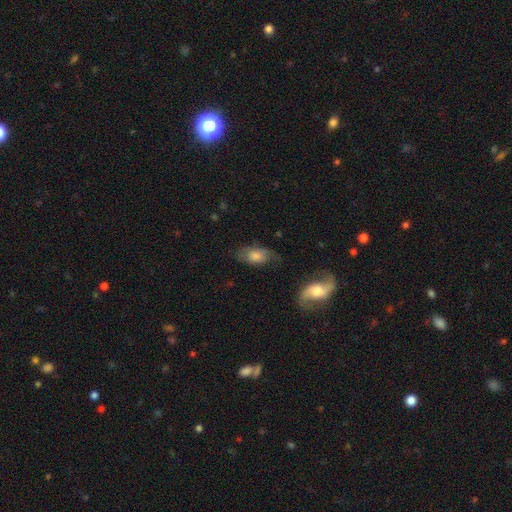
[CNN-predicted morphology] smooth_or_featured: smooth (p=0.58) [alt: featured or disk p=0.33]
how_rounded: in between (p=0.88) [alt: round p=0.08]
merging: none (p=0.65) [alt: minor disturbance p=0.22]